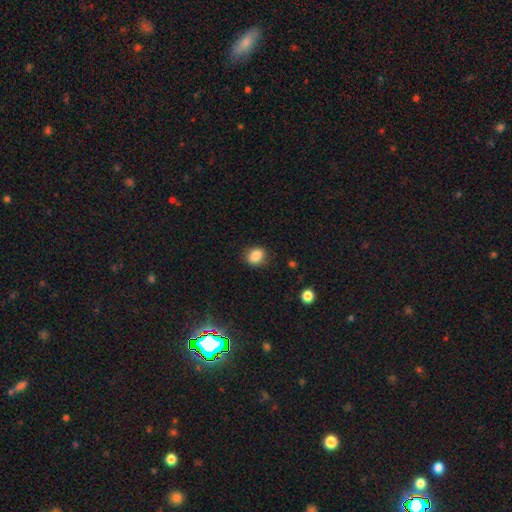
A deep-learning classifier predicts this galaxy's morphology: The model was most divided on "how rounded": in between: 51%, round: 48%, cigar-shaped: 1%. More confident: smooth or featured — smooth (86%); merging — none (83%).